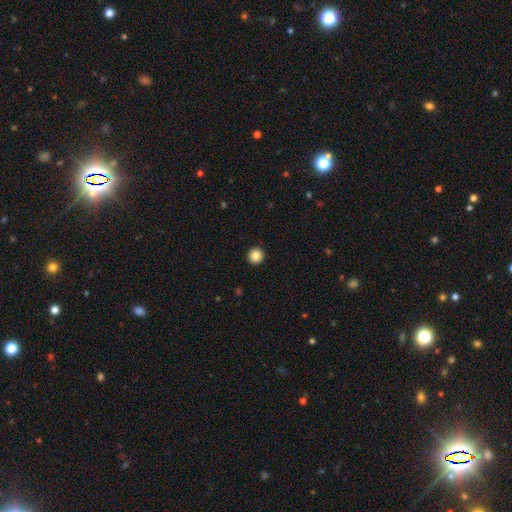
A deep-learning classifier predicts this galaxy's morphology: This appears to be a smooth galaxy with no disk features (87%) that is round (96%). Merging: none (94%).